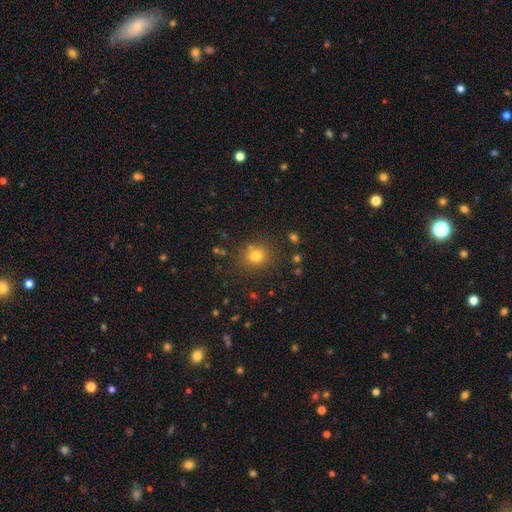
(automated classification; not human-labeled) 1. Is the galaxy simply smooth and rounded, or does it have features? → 76% smooth, 16% star or artifact, 8% featured or disk.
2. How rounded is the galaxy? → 79% round, 20% in between, 1% cigar-shaped.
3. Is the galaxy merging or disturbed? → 79% none, 11% minor disturbance, 6% merger, 4% major disturbance.